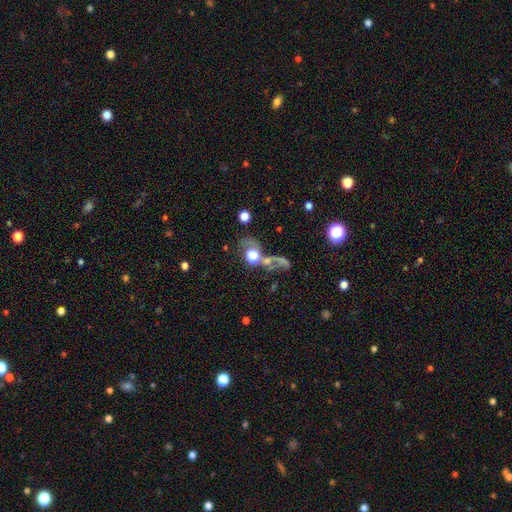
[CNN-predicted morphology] smooth_or_featured: smooth (p=0.44) [alt: star or artifact p=0.29]
merging: none (p=0.39) [alt: merger p=0.36]